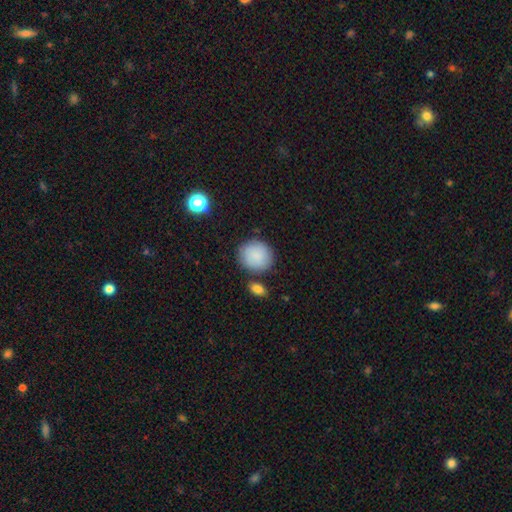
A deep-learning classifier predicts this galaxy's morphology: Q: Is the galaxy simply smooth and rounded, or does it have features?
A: smooth — 87%.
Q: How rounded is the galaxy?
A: round — 85%.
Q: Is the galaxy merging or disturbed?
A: none — 78%.